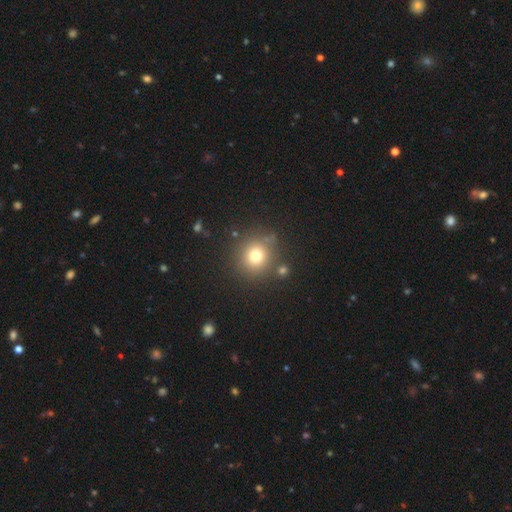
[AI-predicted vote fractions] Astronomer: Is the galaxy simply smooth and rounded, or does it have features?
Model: smooth — 75%.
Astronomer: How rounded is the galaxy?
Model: round — 90%.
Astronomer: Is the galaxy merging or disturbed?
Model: none — 82%.